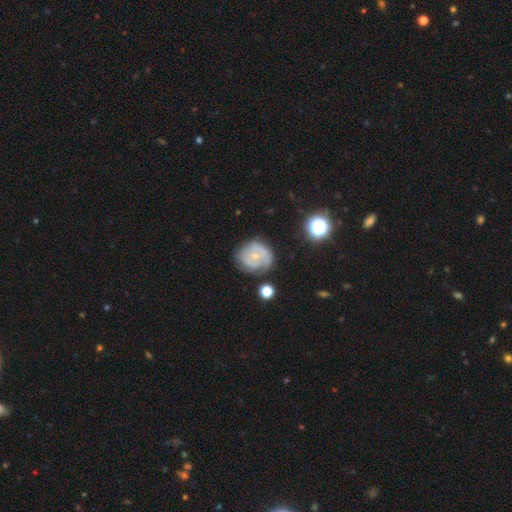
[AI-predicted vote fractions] Smooth or featured: featured or disk — 57% (smooth — 34%)
Edge-on disk: no — 97% (yes — 3%)
Bar: no — 79% (weak — 18%)
Spiral arms: yes — 62% (no — 38%)
Bulge size: small — 70% (moderate — 24%)
Merging: none — 58% (minor disturbance — 26%)